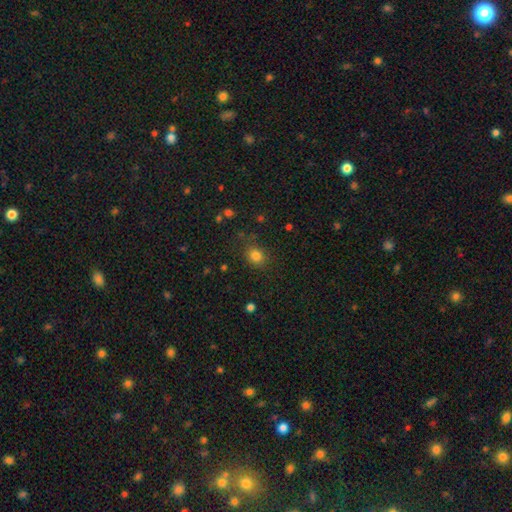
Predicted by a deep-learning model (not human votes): Smooth or featured? smooth (80%)
How rounded? round (70%)
Merging? none (80%)